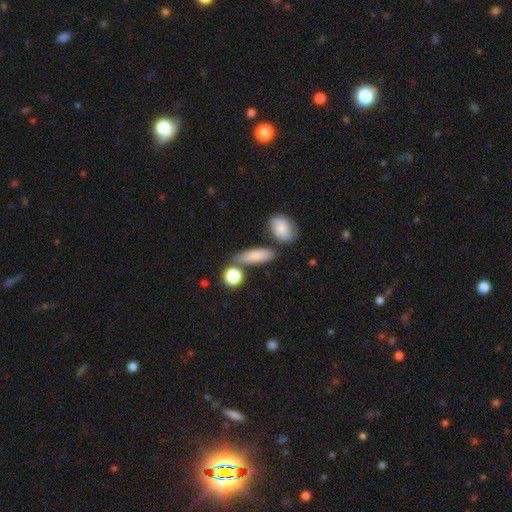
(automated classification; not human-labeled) Smooth or featured? Predicted: smooth (p=0.81). How rounded? Predicted: in between (p=0.51). Merging? Predicted: none (p=0.70).